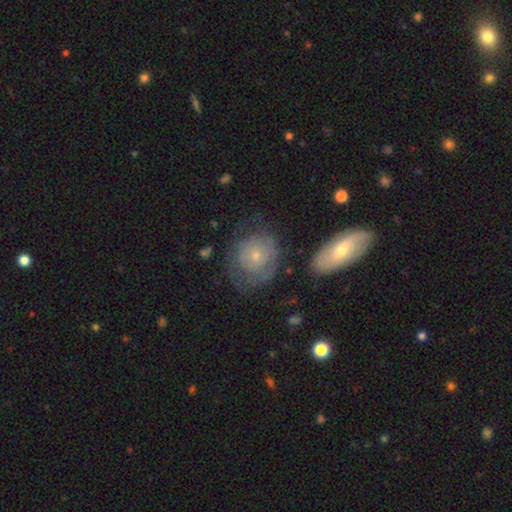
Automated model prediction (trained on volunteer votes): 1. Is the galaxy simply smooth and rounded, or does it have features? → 51% smooth, 41% featured or disk, 8% star or artifact.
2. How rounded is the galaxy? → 77% round, 22% in between, 1% cigar-shaped.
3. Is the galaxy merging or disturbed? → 55% none, 23% minor disturbance, 17% major disturbance, 5% merger.